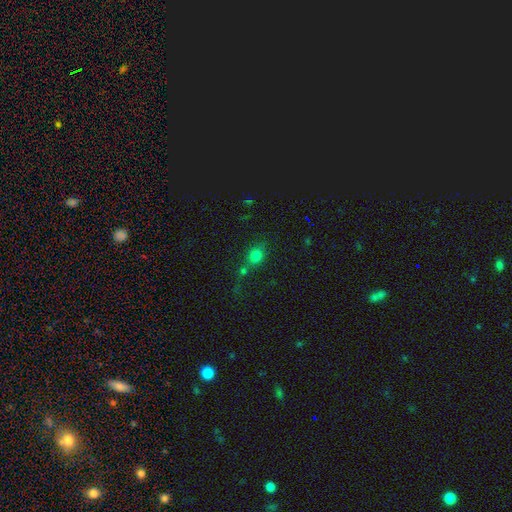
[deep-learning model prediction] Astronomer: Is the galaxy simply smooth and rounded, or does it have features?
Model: smooth — 76%.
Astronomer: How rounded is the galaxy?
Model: round — 67%.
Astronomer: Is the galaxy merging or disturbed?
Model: none — 55%.